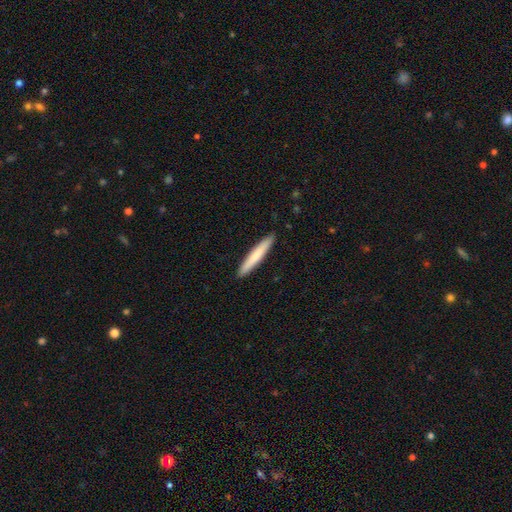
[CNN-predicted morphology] This appears to be a smooth galaxy with no disk features (74%) that is cigar-shaped (95%). Merging: none (92%).